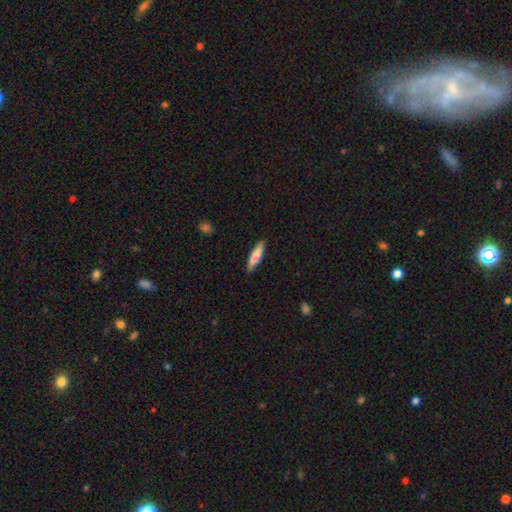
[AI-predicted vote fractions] A smooth galaxy with no disk features (77%) that is cigar-shaped (75%).

Vote fractions:
- Smooth or featured? smooth: 77% / featured or disk: 17% / star or artifact: 6%
- How rounded? cigar-shaped: 75% / in between: 23% / round: 1%
- Merging? none: 86% / minor disturbance: 11% / major disturbance: 2% / merger: 1%